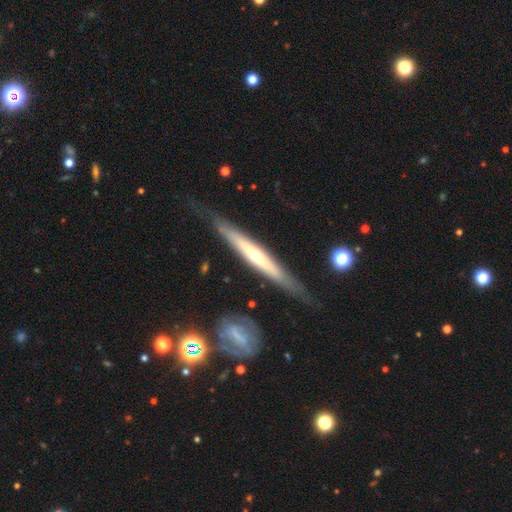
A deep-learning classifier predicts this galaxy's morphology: type=featured or disk (65%); edge-on=yes (90%); edge-on bulge=rounded (65%); merging=none (80%).